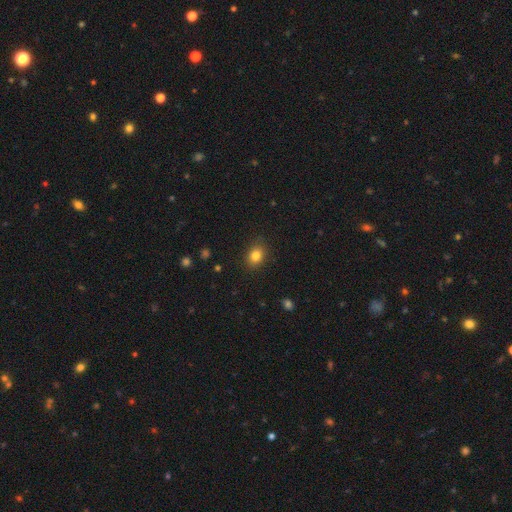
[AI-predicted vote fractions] This appears to be a smooth galaxy with no disk features (83%) that is in between round and cigar-shaped (53%). Merging: none (86%).